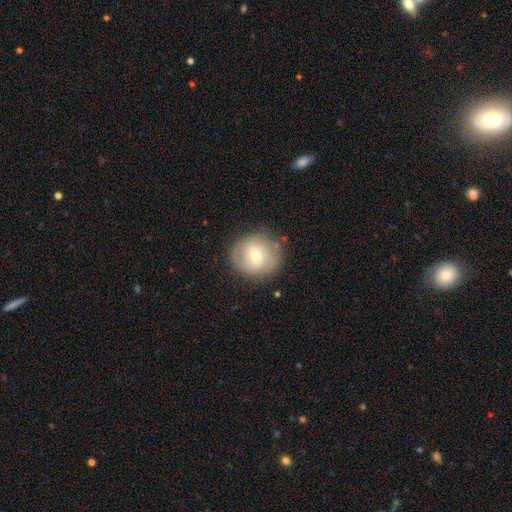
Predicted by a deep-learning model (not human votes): Smooth or featured? Predicted: smooth (p=0.54). How rounded? Predicted: round (p=0.89). Merging? Predicted: none (p=0.76).